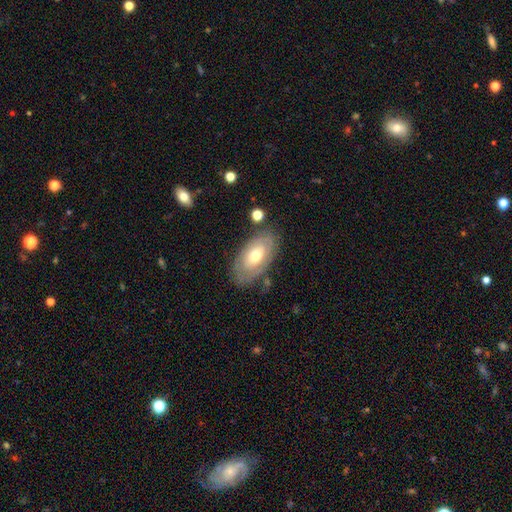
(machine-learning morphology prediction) A smooth galaxy with no disk features (47%, tied with featured or disk). Merging: none (73%).